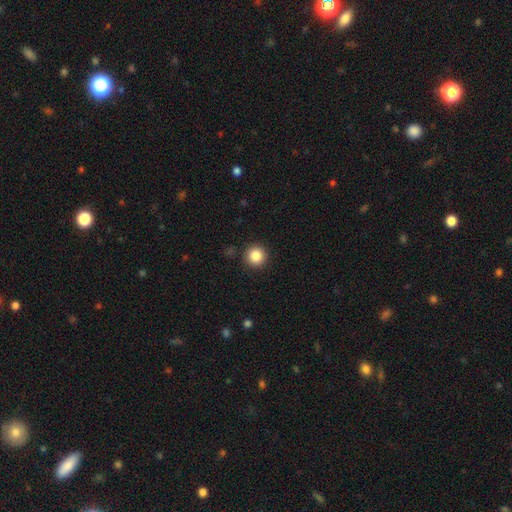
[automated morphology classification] Smooth or featured? smooth (85%)
How rounded? round (95%)
Merging? none (91%)